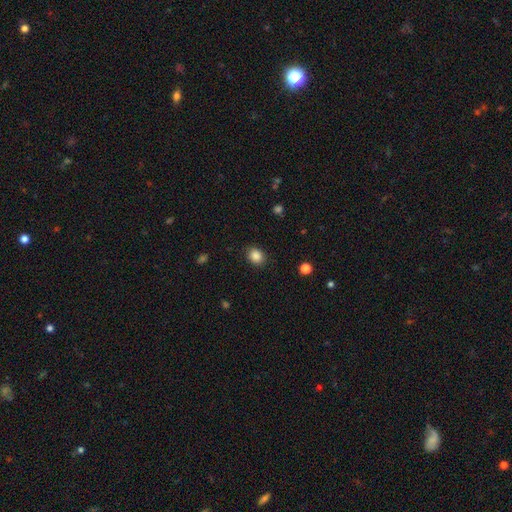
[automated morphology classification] The model was most divided on "how rounded": round: 55%, in between: 44%, cigar-shaped: 1%. More confident: merging — none (87%); smooth or featured — smooth (87%).